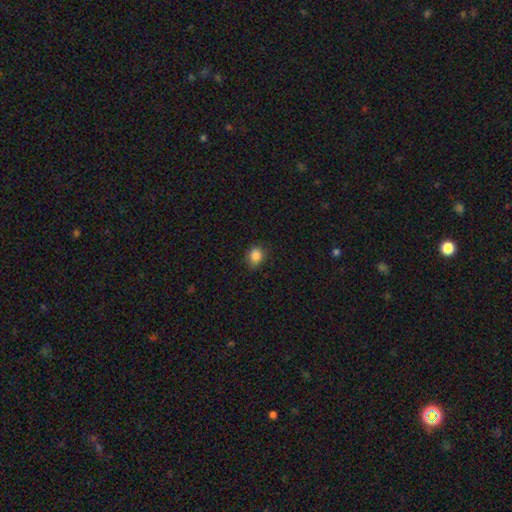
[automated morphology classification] Overall: smooth (86%). How rounded: round (61%; in between 38%). Merging: none (79%).